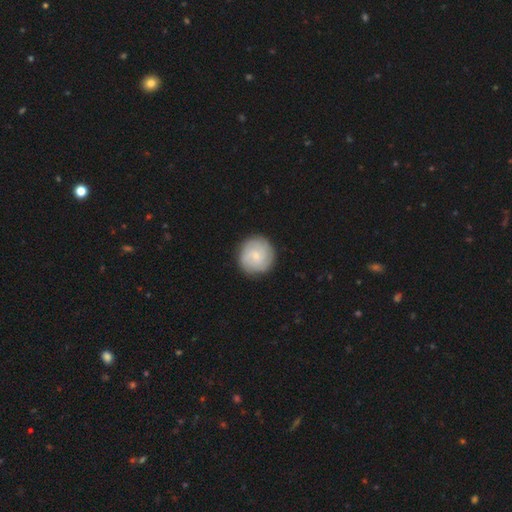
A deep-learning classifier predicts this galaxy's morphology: smooth 51%, featured or disk 43%, star or artifact 6%. Down the decision tree: how rounded — round (93%); merging — none (87%).